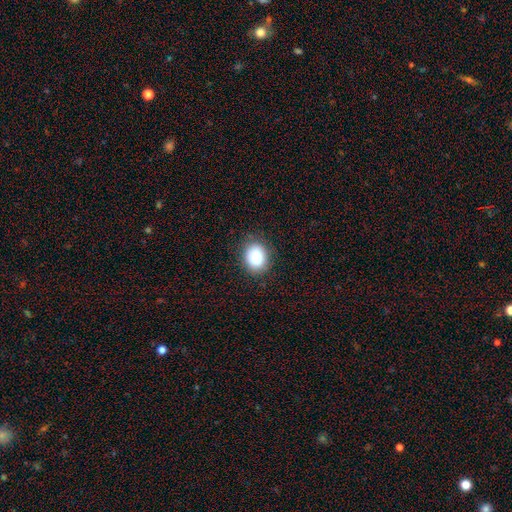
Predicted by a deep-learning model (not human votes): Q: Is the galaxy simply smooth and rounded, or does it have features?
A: smooth — 81%.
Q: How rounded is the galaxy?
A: in between — 50%.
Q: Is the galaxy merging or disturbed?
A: none — 86%.